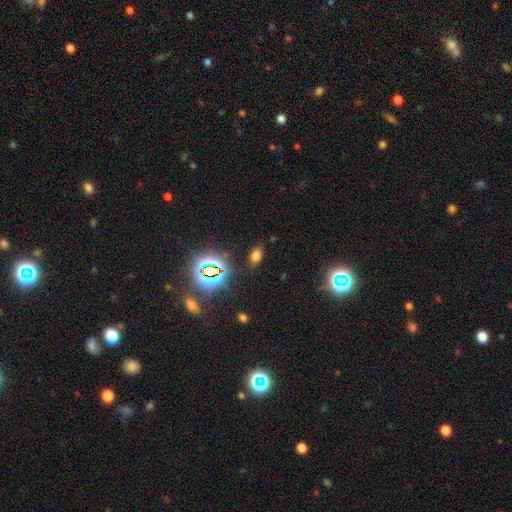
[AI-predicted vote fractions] A smooth galaxy with no disk features (62%) that is in between round and cigar-shaped (89%).

Vote fractions:
- Smooth or featured? smooth: 62% / star or artifact: 31% / featured or disk: 7%
- How rounded? in between: 89% / round: 7% / cigar-shaped: 4%
- Merging? none: 84% / minor disturbance: 10% / major disturbance: 3% / merger: 2%